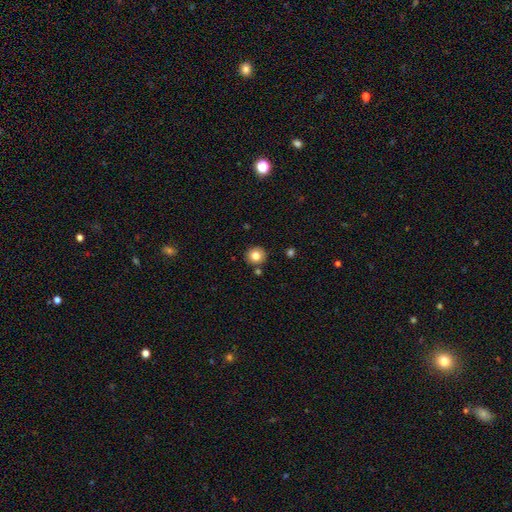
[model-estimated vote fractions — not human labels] Morphology: type=smooth (81%); roundness=round (90%); merging=none (85%).